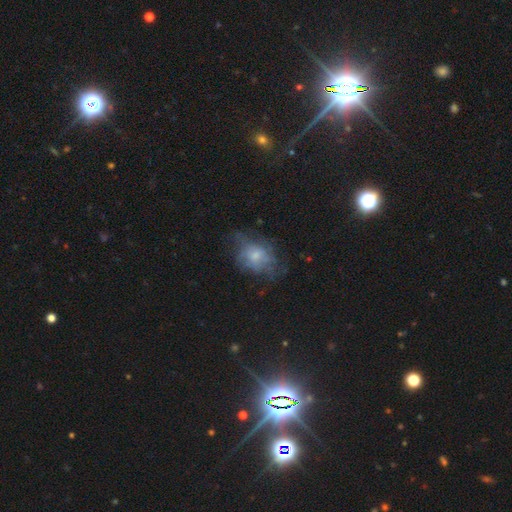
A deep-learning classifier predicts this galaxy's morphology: Q: Smooth or featured?
A: smooth (45%); runner-up: featured or disk (42%)
Q: Merging?
A: none (48%); runner-up: minor disturbance (26%)